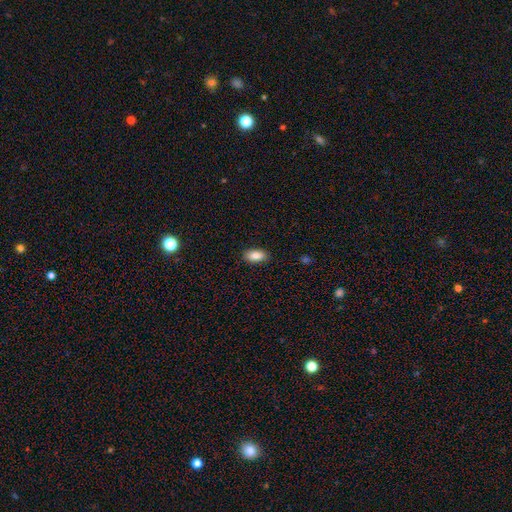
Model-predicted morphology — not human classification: smooth-or-featured: smooth: 87% | star or artifact: 7% | featured or disk: 6%
  how-rounded: in between: 92% | round: 4% | cigar-shaped: 4%
  merging: none: 88% | minor disturbance: 9% | major disturbance: 2% | merger: 1%